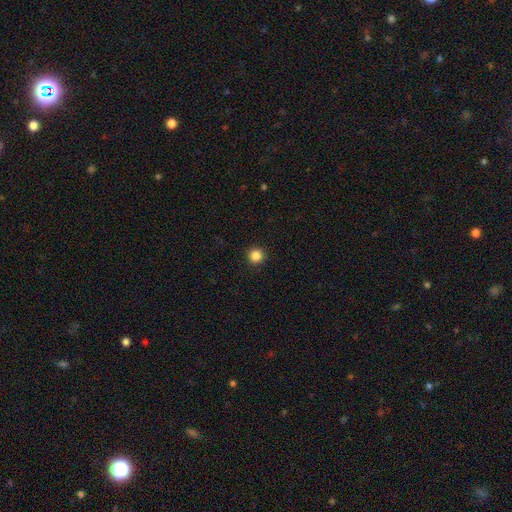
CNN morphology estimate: This is clearly a smooth galaxy (85%). How rounded: clearly round (96%). Merging: clearly none (93%).